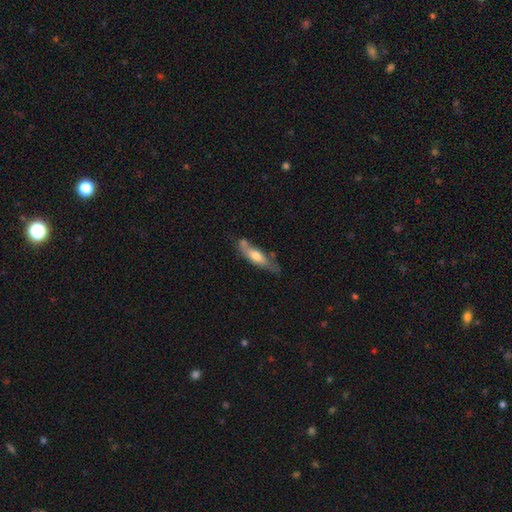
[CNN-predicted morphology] Smooth or featured? Predicted: smooth (p=0.52). How rounded? Predicted: cigar-shaped (p=0.64). Merging? Predicted: none (p=0.57).